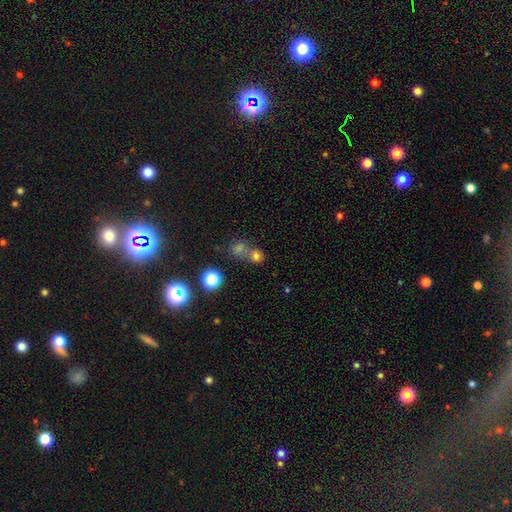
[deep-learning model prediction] The model was most divided on "merging": merger: 51%, none: 39%, minor disturbance: 6%, major disturbance: 4%. More confident: how rounded — round (76%); smooth or featured — smooth (70%).